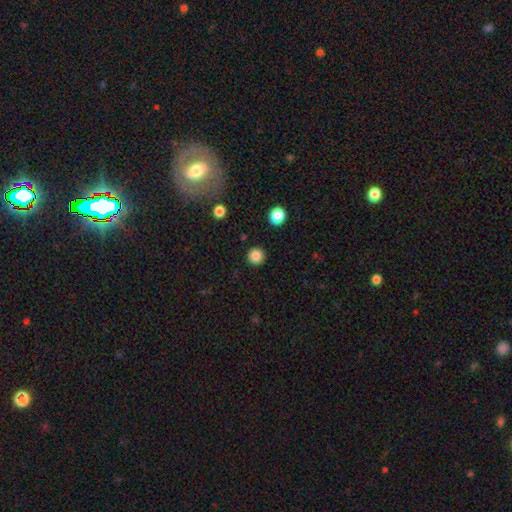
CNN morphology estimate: smooth-or-featured: smooth: 85% | star or artifact: 11% | featured or disk: 4%
  how-rounded: round: 95% | in between: 4% | cigar-shaped: 1%
  merging: none: 92% | minor disturbance: 5% | major disturbance: 2% | merger: 1%